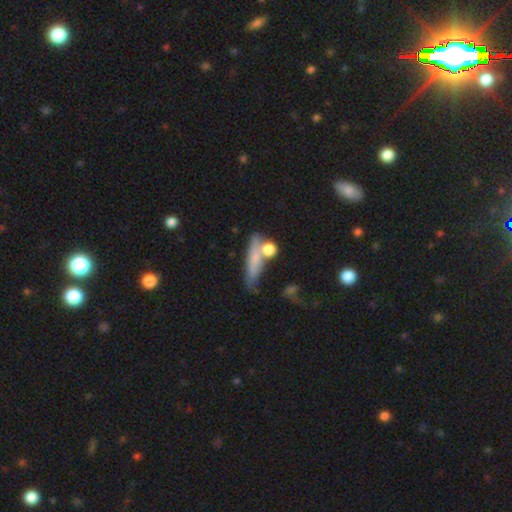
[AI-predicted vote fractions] Overall: smooth (66%). How rounded: cigar-shaped (68%). Merging: none (57%; minor disturbance 18%).